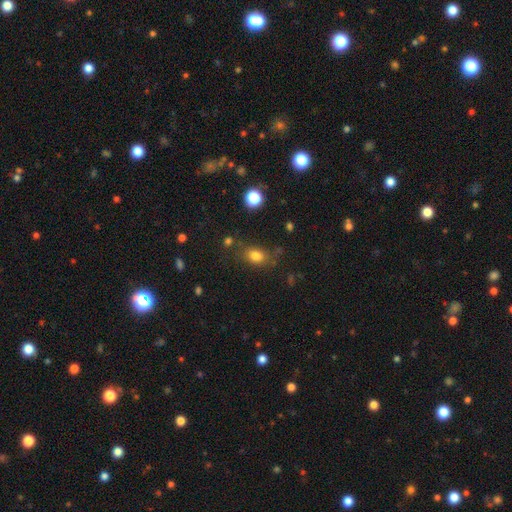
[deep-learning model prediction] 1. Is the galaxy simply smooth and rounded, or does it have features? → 80% smooth, 12% star or artifact, 8% featured or disk.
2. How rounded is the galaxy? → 72% in between, 26% round, 2% cigar-shaped.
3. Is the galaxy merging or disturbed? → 70% none, 18% minor disturbance, 7% major disturbance, 5% merger.